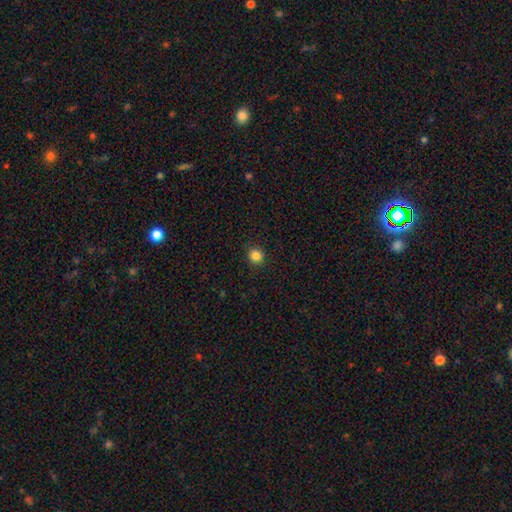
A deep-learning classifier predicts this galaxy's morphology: A smooth galaxy with no disk features (84%) that is round (94%).

Vote fractions:
- Smooth or featured? smooth: 84% / star or artifact: 12% / featured or disk: 4%
- How rounded? round: 94% / in between: 5% / cigar-shaped: 1%
- Merging? none: 92% / minor disturbance: 5% / major disturbance: 2% / merger: 1%